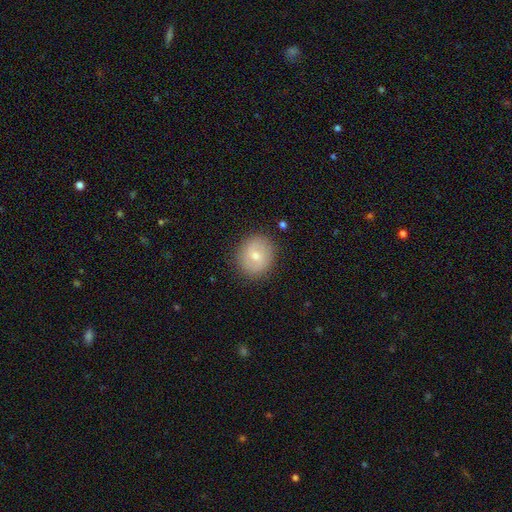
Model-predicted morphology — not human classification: A smooth galaxy with no disk features (64%) that is round (81%). Merging: none (85%).